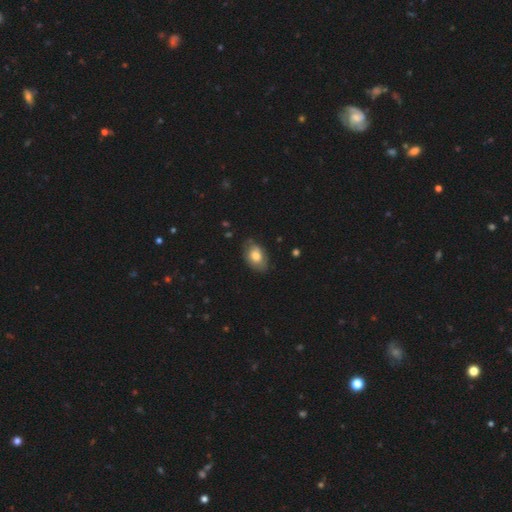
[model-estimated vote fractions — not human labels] This is likely a smooth galaxy (70%). How rounded: clearly in between (86%). Merging: likely none (69%).